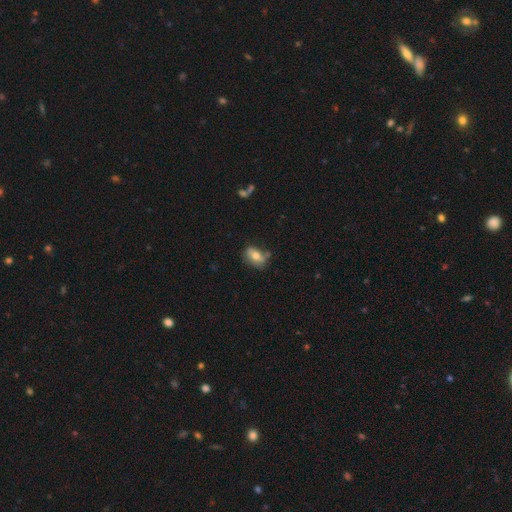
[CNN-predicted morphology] smooth_or_featured: smooth (p=0.66) [alt: featured or disk p=0.25]
how_rounded: in between (p=0.84) [alt: round p=0.13]
merging: none (p=0.57) [alt: minor disturbance p=0.27]